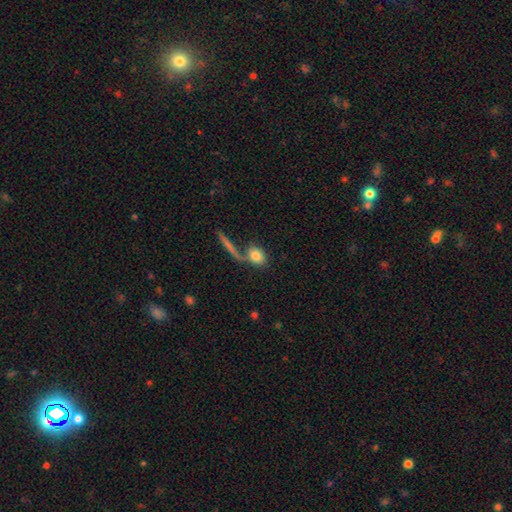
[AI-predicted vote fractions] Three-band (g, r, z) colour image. It shows a smooth galaxy with no disk features (77%) that is in between round and cigar-shaped (61%). Merging: none (51%).